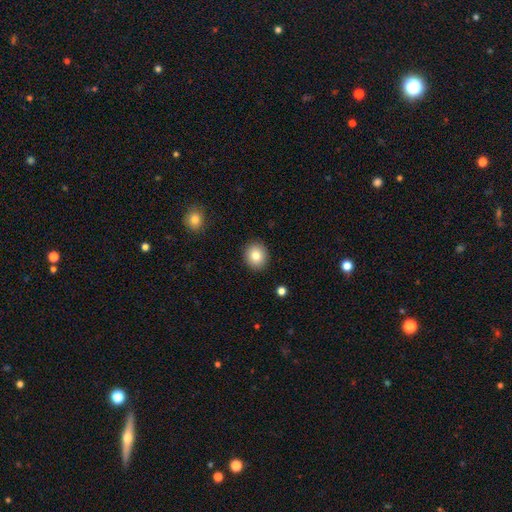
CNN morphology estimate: smooth_or_featured: smooth (p=0.81) [alt: star or artifact p=0.10]
how_rounded: round (p=0.83) [alt: in between p=0.16]
merging: none (p=0.91) [alt: minor disturbance p=0.06]